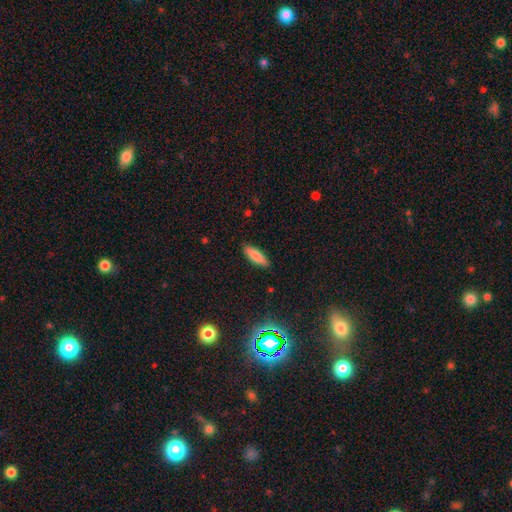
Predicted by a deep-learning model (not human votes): This is clearly a smooth galaxy (82%). How rounded: possibly in between (51%). Merging: clearly none (88%).